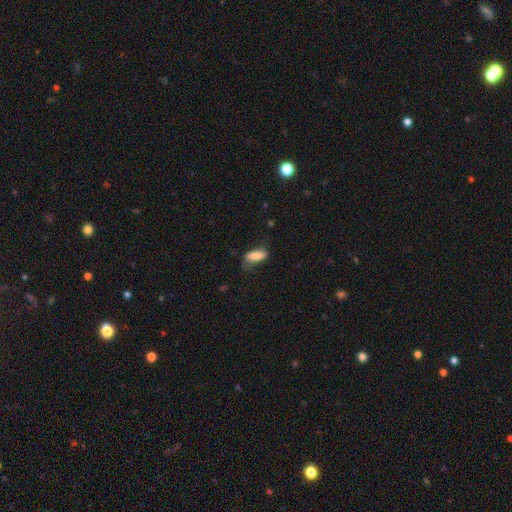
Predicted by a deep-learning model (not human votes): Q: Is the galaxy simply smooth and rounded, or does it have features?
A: smooth — 73%.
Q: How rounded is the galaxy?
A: in between — 76%.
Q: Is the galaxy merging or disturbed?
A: none — 55%.